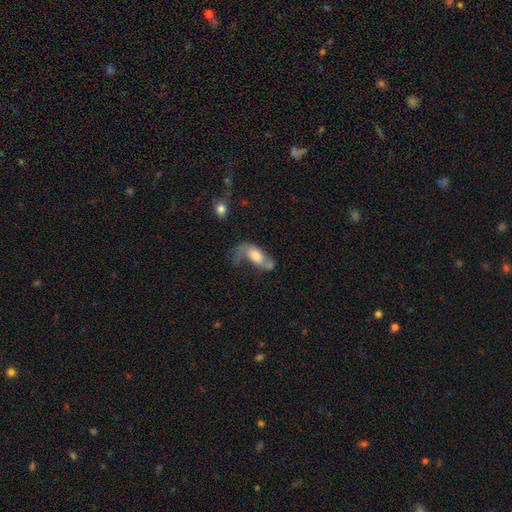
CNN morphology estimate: This appears to be a featured or disk galaxy (49%). Merging: major disturbance (36%).